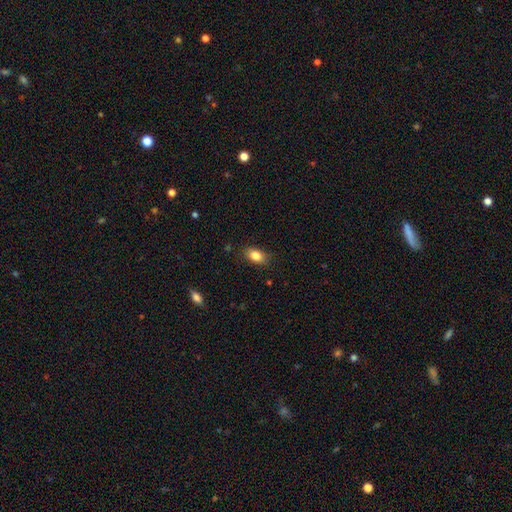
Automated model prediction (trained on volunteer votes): Smooth or featured: smooth — 84% (star or artifact — 9%)
How rounded: in between — 85% (round — 12%)
Merging: none — 84% (minor disturbance — 12%)